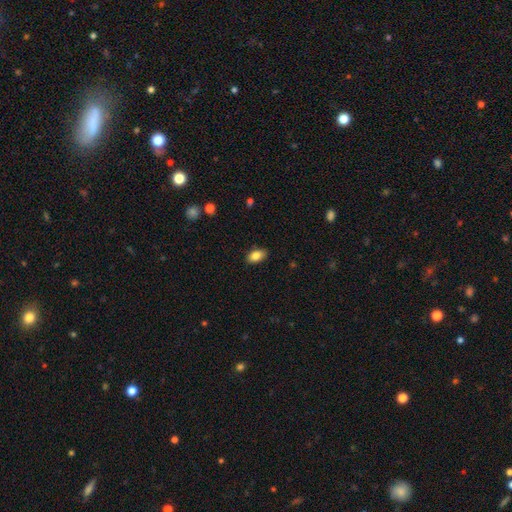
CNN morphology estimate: The model was most divided on "smooth or featured": smooth: 84%, star or artifact: 8%, featured or disk: 8%. More confident: how rounded — in between (91%); merging — none (87%).